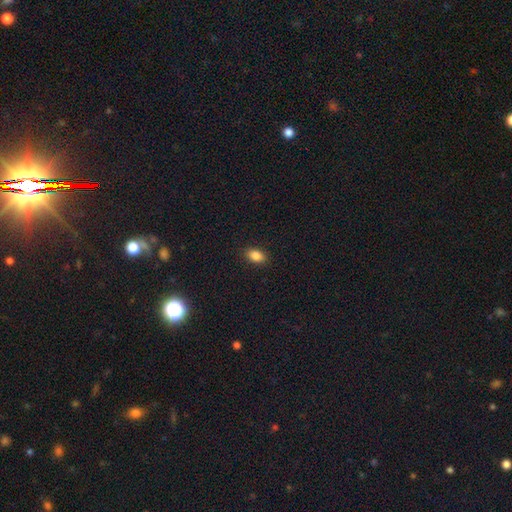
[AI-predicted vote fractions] Smooth or featured? smooth (85%)
How rounded? in between (86%)
Merging? none (89%)